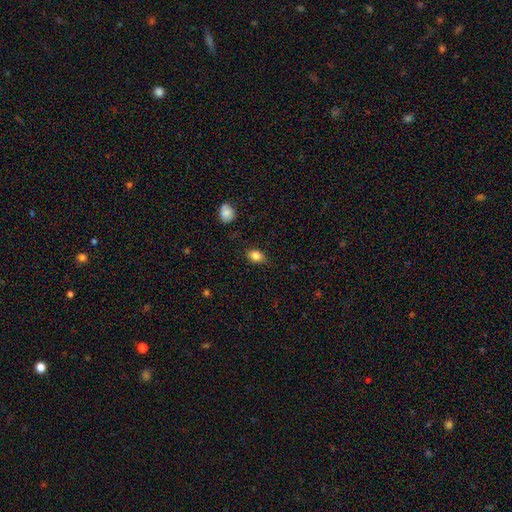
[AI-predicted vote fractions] Q: Smooth or featured?
A: smooth (85%); runner-up: star or artifact (9%)
Q: How rounded?
A: in between (78%); runner-up: round (20%)
Q: Merging?
A: none (82%); runner-up: minor disturbance (14%)